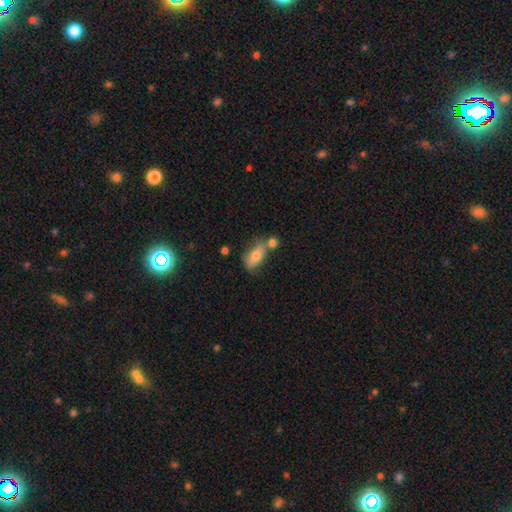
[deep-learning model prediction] This is likely a smooth galaxy (72%). How rounded: clearly in between (83%). Merging: marginally none (43%).